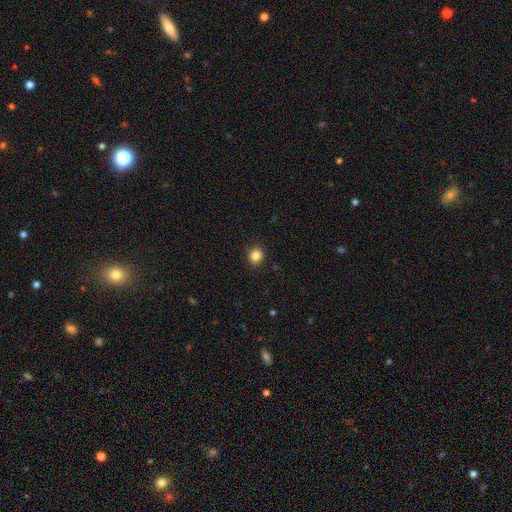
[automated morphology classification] Smooth or featured? smooth (85%)
How rounded? round (83%)
Merging? none (91%)